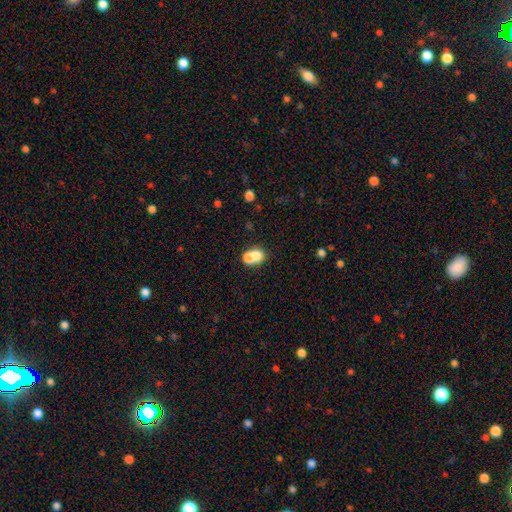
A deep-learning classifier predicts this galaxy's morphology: smooth_or_featured: smooth (p=0.70) [alt: featured or disk p=0.19]
how_rounded: round (p=0.60) [alt: in between p=0.39]
merging: merger (p=0.63) [alt: none p=0.27]